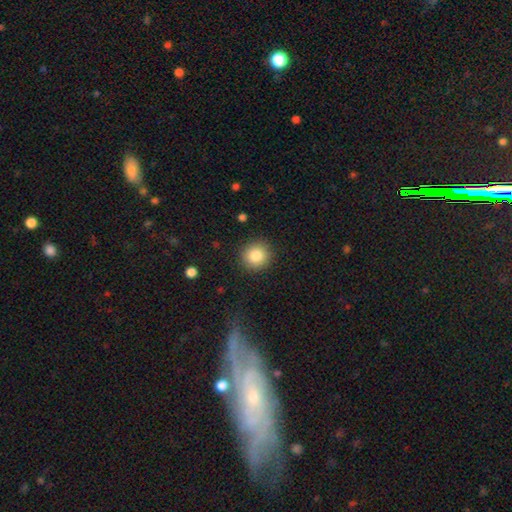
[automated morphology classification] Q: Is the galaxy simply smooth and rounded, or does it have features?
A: smooth — 84%.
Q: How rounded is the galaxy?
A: round — 92%.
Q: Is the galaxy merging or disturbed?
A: none — 90%.